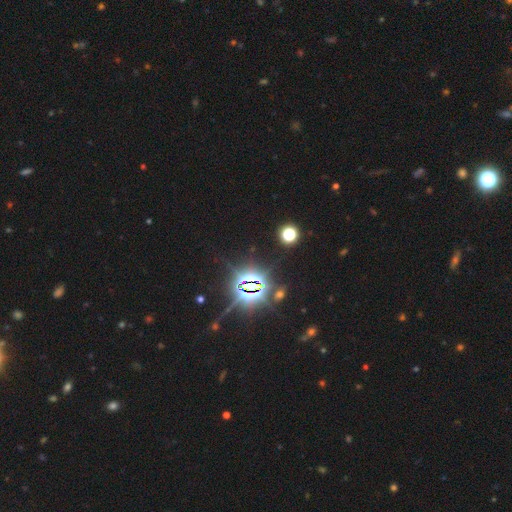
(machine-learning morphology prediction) The model was most divided on "smooth or featured": star or artifact: 85%, smooth: 10%, featured or disk: 5%.